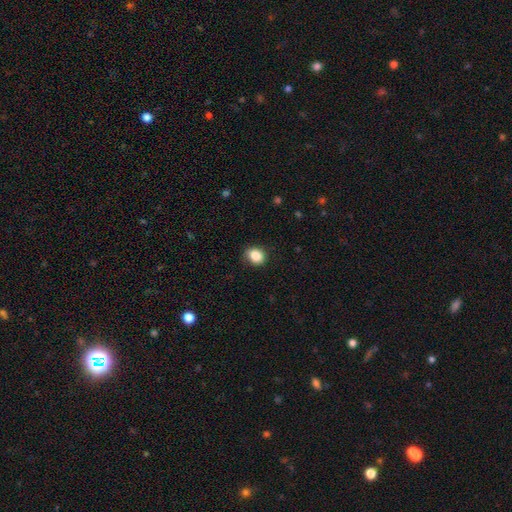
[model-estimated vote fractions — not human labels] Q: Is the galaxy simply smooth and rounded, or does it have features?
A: smooth — 86%.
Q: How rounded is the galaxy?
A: round — 58%.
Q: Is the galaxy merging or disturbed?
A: none — 83%.